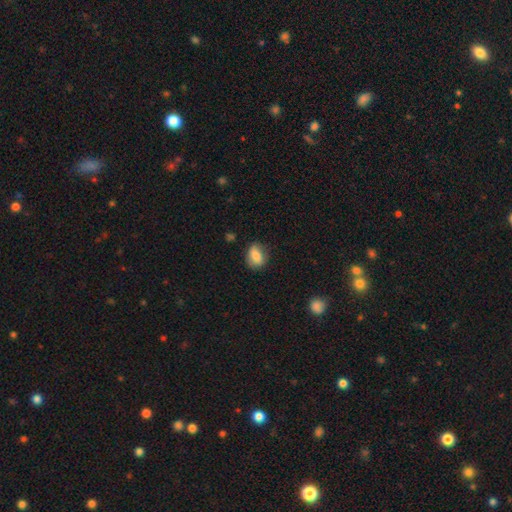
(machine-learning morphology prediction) Overall: smooth (78%). How rounded: in between (67%; round 31%). Merging: none (75%).